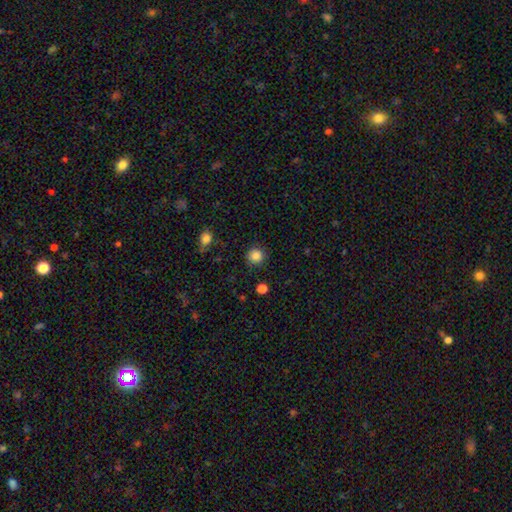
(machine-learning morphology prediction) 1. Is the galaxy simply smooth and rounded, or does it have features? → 86% smooth, 11% star or artifact, 4% featured or disk.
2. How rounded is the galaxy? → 93% round, 6% in between, 1% cigar-shaped.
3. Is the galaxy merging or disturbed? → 89% none, 7% minor disturbance, 2% major disturbance, 1% merger.